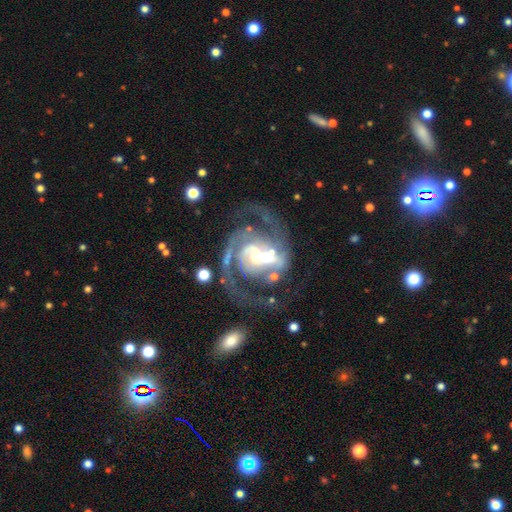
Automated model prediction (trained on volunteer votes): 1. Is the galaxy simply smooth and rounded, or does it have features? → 89% featured or disk, 6% star or artifact, 5% smooth.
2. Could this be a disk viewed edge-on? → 98% no, 2% yes.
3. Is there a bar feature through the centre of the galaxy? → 40% no, 33% weak, 27% strong.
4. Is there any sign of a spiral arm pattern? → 96% yes, 4% no.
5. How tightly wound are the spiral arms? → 51% medium, 32% tight, 17% loose.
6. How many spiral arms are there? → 73% 2, 9% 3, 8% can't tell, 6% 1, 2% 4, 2% more than 4.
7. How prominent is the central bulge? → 55% moderate, 30% small, 11% large, 2% none, 2% dominant.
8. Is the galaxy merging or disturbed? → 40% none, 28% merger, 19% major disturbance, 13% minor disturbance.